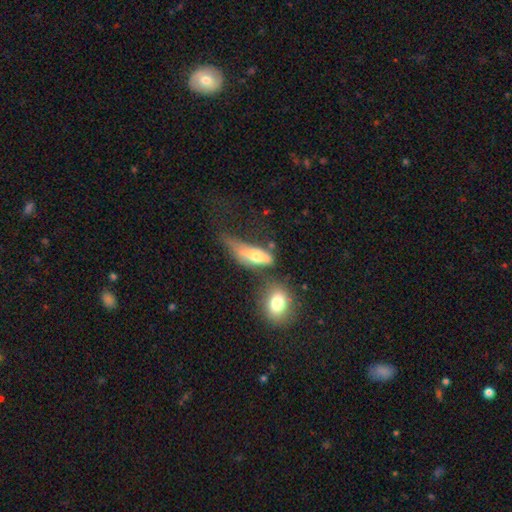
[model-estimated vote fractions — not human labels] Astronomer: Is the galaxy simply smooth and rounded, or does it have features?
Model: smooth — 57% (runner-up: featured or disk, 34%).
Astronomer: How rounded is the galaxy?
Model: in between — 62%.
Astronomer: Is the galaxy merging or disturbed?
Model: major disturbance — 32% (runner-up: merger, 25%).